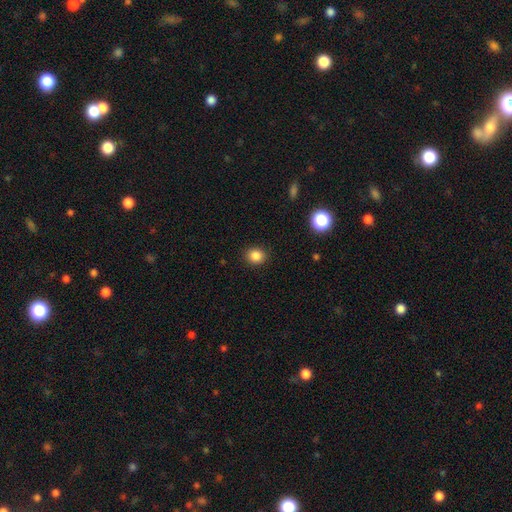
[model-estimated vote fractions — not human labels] This appears to be a smooth galaxy with no disk features (85%) that is round (76%). Merging: none (90%).